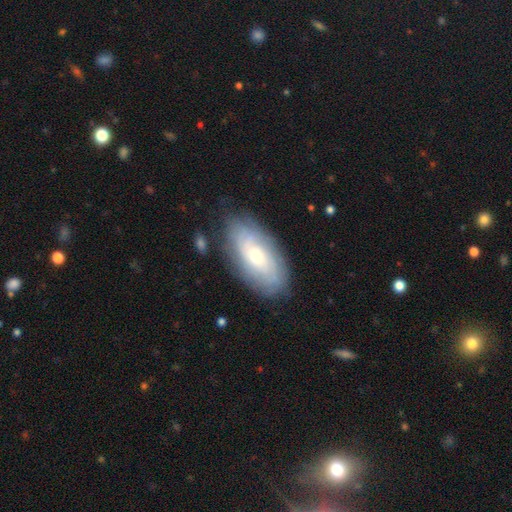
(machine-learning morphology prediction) Smooth or featured?
  - featured or disk: 60% *
  - smooth: 33%
  - star or artifact: 7%
Edge-on disk?
  - no: 90% *
  - yes: 10%
Bar?
  - no: 72% *
  - weak: 23%
  - strong: 4%
Spiral arms?
  - yes: 82% *
  - no: 18%
Bulge size?
  - small: 52% *
  - moderate: 41%
  - large: 4%
  - none: 2%
  - dominant: 1%
Merging?
  - none: 78% *
  - minor disturbance: 15%
  - major disturbance: 4%
  - merger: 2%